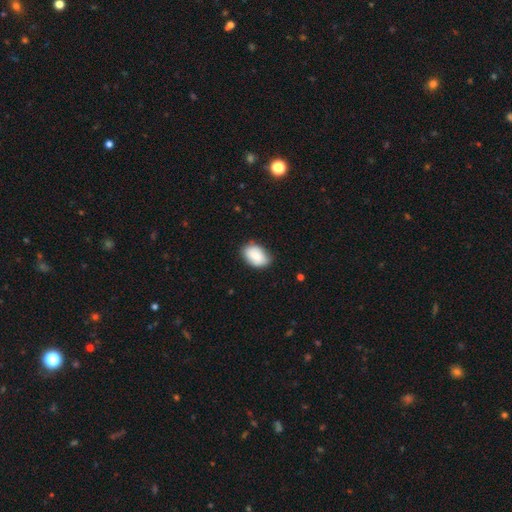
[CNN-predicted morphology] Smooth or featured? Predicted: smooth (p=0.81). How rounded? Predicted: in between (p=0.87). Merging? Predicted: none (p=0.71).